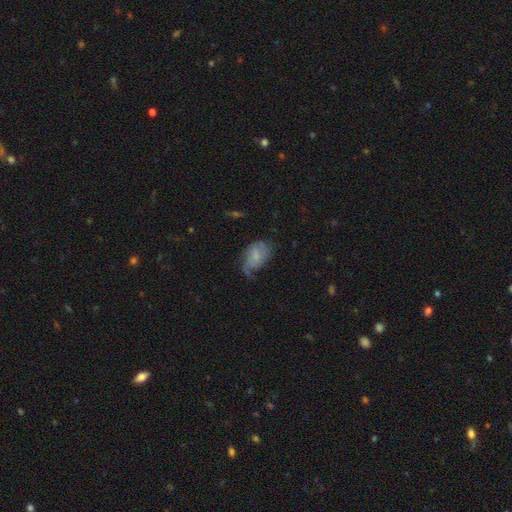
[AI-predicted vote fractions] This appears to be a featured or disk galaxy (46%). Merging: none (34%).